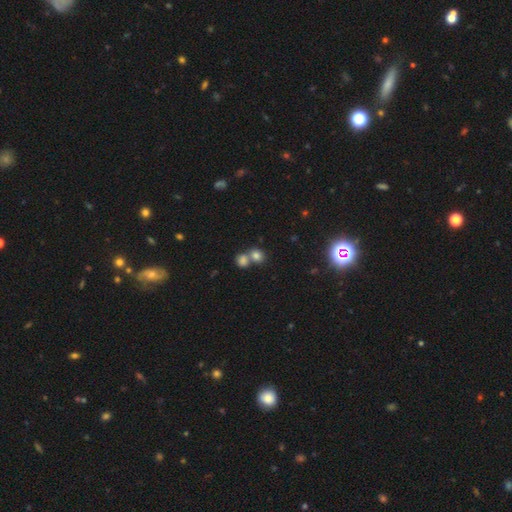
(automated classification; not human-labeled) A smooth galaxy with no disk features (79%) that is round (70%).

Vote fractions:
- Smooth or featured? smooth: 79% / star or artifact: 13% / featured or disk: 8%
- How rounded? round: 70% / in between: 29% / cigar-shaped: 1%
- Merging? merger: 52% / none: 39% / minor disturbance: 6% / major disturbance: 3%